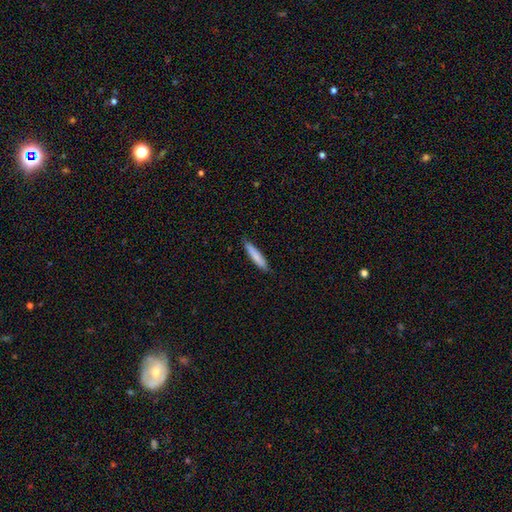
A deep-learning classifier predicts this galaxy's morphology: A smooth galaxy with no disk features (80%) that is cigar-shaped (88%). Merging: none (87%).